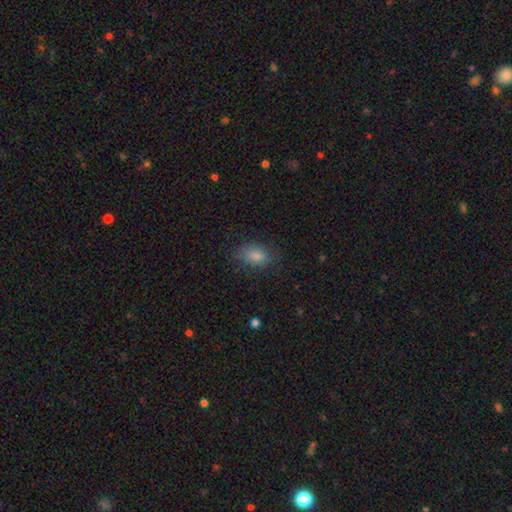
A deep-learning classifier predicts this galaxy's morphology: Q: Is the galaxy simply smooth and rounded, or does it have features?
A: smooth — 81%.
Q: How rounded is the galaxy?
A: in between — 86%.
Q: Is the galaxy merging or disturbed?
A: none — 77%.